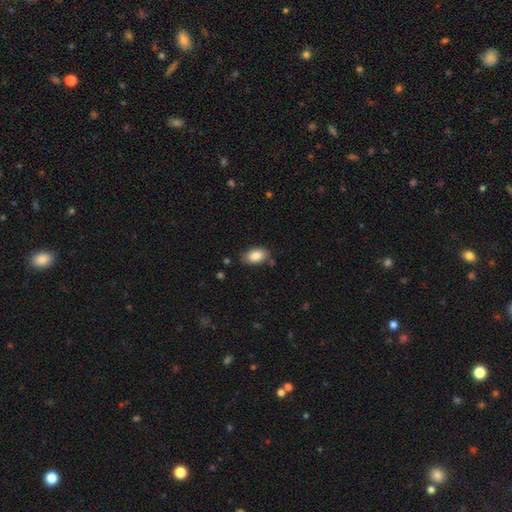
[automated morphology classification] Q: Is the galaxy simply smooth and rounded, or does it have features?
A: smooth — 86%.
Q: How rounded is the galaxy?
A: in between — 93%.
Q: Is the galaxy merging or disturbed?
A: none — 79%.